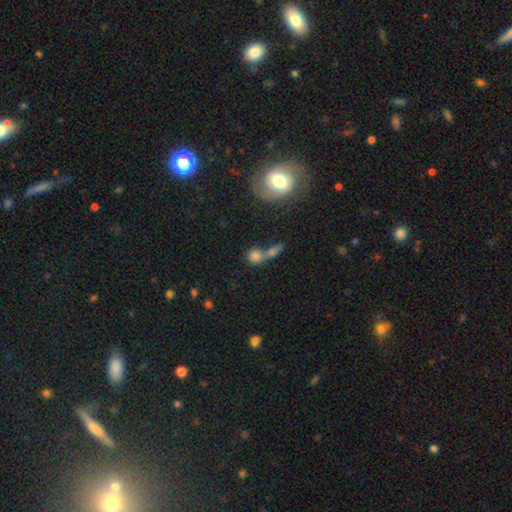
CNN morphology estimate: Smooth or featured?
  - smooth: 75% *
  - star or artifact: 13%
  - featured or disk: 13%
How rounded?
  - round: 69% *
  - in between: 25%
  - cigar-shaped: 5%
Merging?
  - merger: 54% *
  - none: 32%
  - minor disturbance: 8%
  - major disturbance: 6%